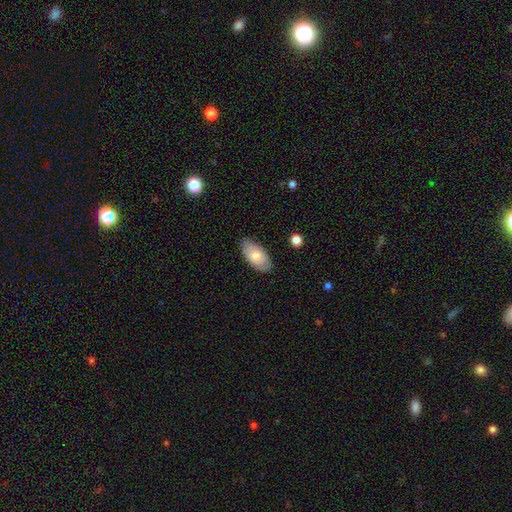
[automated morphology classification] Smooth or featured? Predicted: smooth (p=0.79). How rounded? Predicted: in between (p=0.94). Merging? Predicted: none (p=0.84).